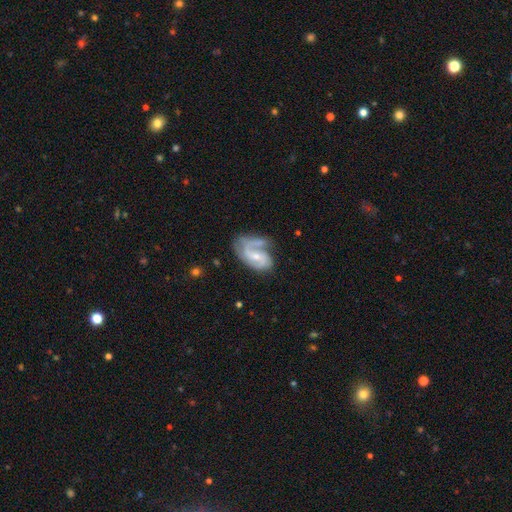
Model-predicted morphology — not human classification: type=featured or disk (83%); edge-on=no (97%); bar=weak (47%); spiral arms=yes (95%); winding=medium (49%); arm count=2 (68%); bulge=small (58%); merging=none (46%).